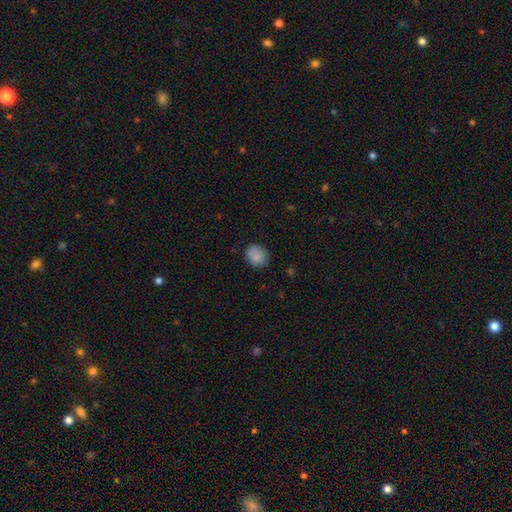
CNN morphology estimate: Q: Smooth or featured?
A: smooth (84%); runner-up: star or artifact (8%)
Q: How rounded?
A: round (65%); runner-up: in between (34%)
Q: Merging?
A: none (77%); runner-up: minor disturbance (17%)